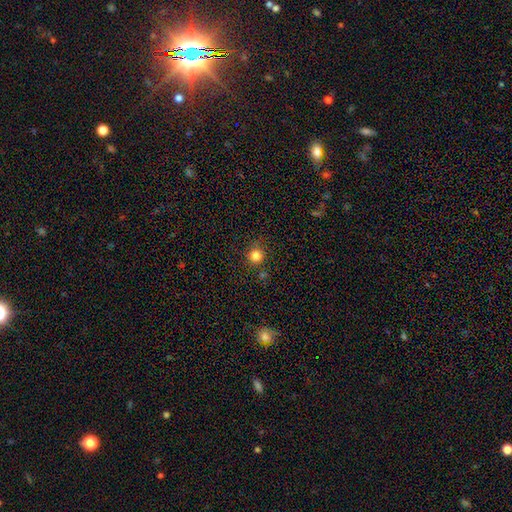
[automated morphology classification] smooth-or-featured: smooth: 83% | star or artifact: 13% | featured or disk: 5%
  how-rounded: round: 93% | in between: 6% | cigar-shaped: 1%
  merging: none: 82% | minor disturbance: 10% | merger: 5% | major disturbance: 3%